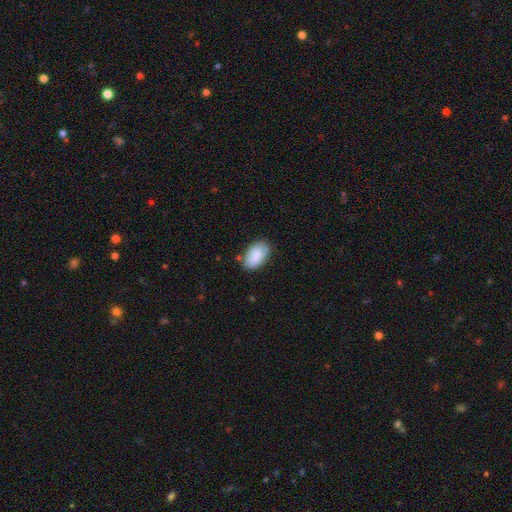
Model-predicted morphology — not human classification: This appears to be a smooth galaxy with no disk features (87%) that is in between round and cigar-shaped (94%). Merging: none (77%).